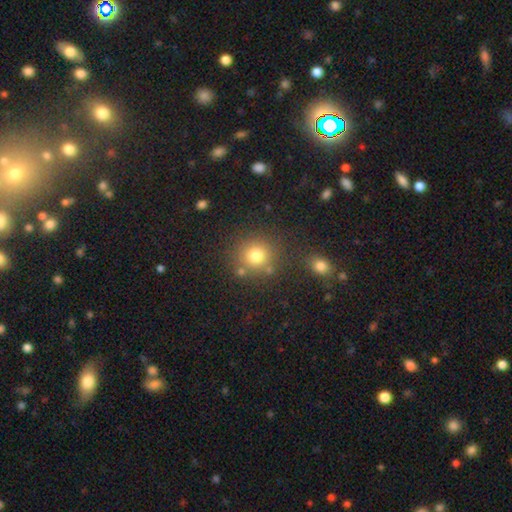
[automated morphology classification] Smooth or featured?
  - smooth: 77% *
  - star or artifact: 15%
  - featured or disk: 8%
How rounded?
  - round: 90% *
  - in between: 9%
  - cigar-shaped: 1%
Merging?
  - none: 78% *
  - minor disturbance: 9%
  - merger: 9%
  - major disturbance: 4%